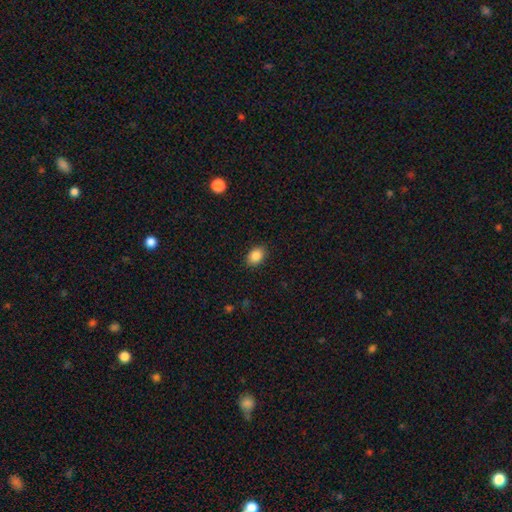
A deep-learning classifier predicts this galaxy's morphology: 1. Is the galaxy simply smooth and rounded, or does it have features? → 88% smooth, 8% star or artifact, 4% featured or disk.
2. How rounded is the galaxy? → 77% in between, 22% round, 1% cigar-shaped.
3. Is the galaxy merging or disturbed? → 88% none, 9% minor disturbance, 2% major disturbance, 1% merger.